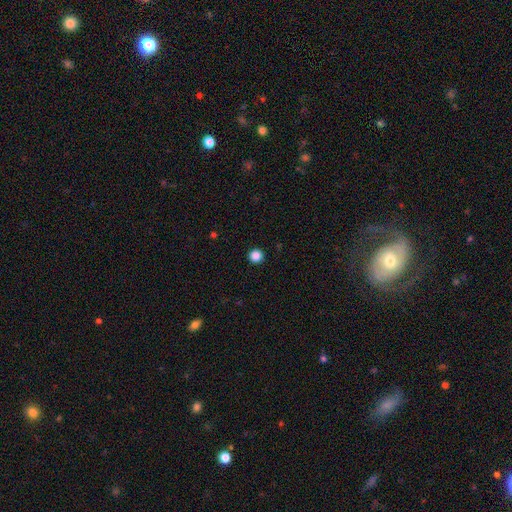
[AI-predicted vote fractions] A smooth galaxy with no disk features (86%) that is round (96%). Merging: none (94%).